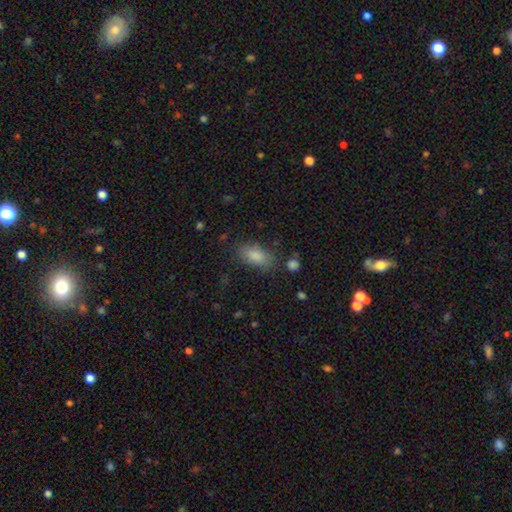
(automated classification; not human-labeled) A smooth galaxy with no disk features (85%) that is in between round and cigar-shaped (89%). Merging: none (75%).